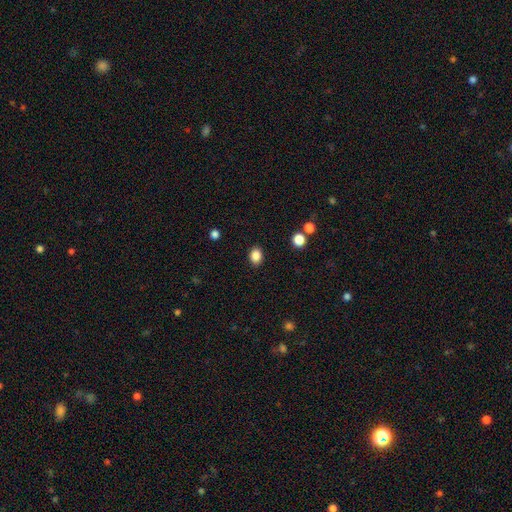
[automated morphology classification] This is clearly a smooth galaxy (86%). How rounded: possibly in between (57%). Merging: clearly none (89%).